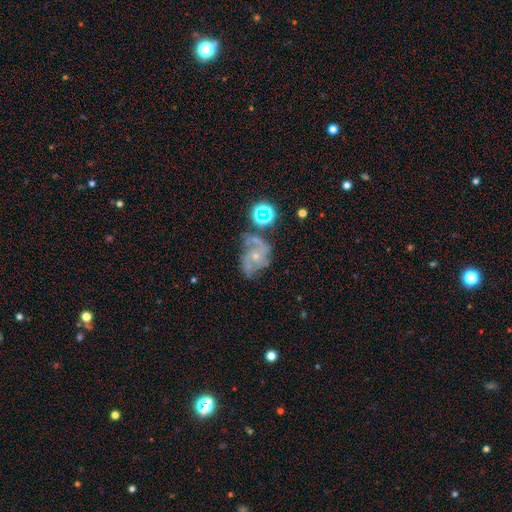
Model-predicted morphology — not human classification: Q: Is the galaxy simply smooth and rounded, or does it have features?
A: featured or disk — 72%.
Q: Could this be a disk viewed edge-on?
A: no — 98%.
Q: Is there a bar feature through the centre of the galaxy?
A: no — 74%.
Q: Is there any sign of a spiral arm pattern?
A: yes — 89%.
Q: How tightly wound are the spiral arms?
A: medium — 49%.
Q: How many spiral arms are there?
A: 2 — 34%.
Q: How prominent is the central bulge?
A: small — 72%.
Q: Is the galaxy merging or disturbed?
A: none — 43%.